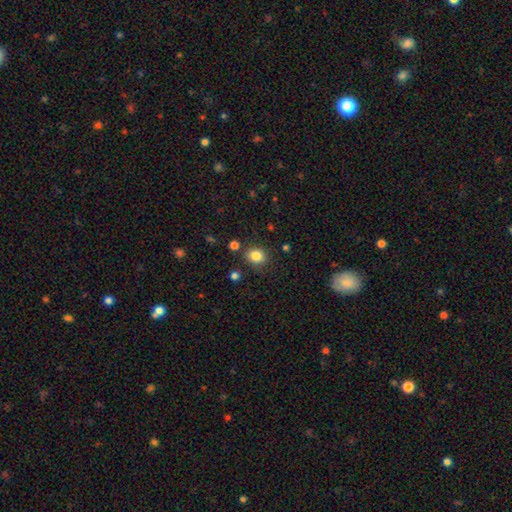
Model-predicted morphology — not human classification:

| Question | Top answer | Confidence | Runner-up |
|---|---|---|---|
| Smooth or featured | smooth | 84% | star or artifact (11%) |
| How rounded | round | 66% | in between (33%) |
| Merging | none | 83% | minor disturbance (10%) |